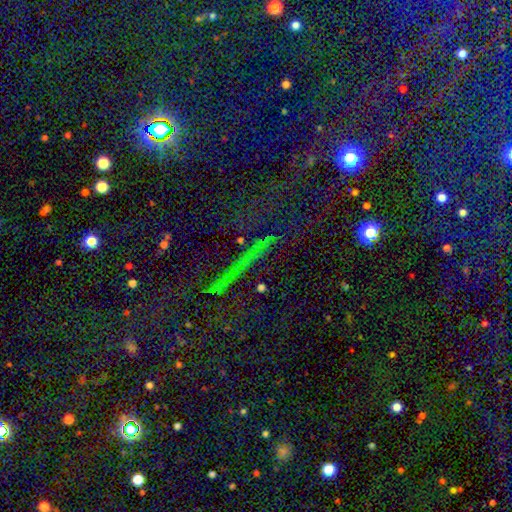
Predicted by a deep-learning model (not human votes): smooth-or-featured: star or artifact: 73% | smooth: 15% | featured or disk: 12%